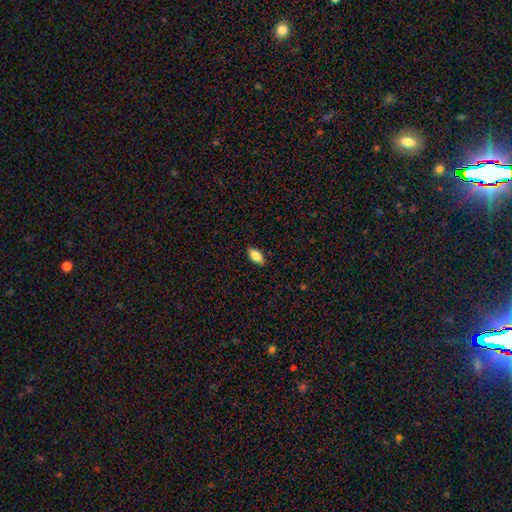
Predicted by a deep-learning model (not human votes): smooth 76%, featured or disk 17%, star or artifact 7%. Down the decision tree: how rounded — in between (85%); merging — none (88%).